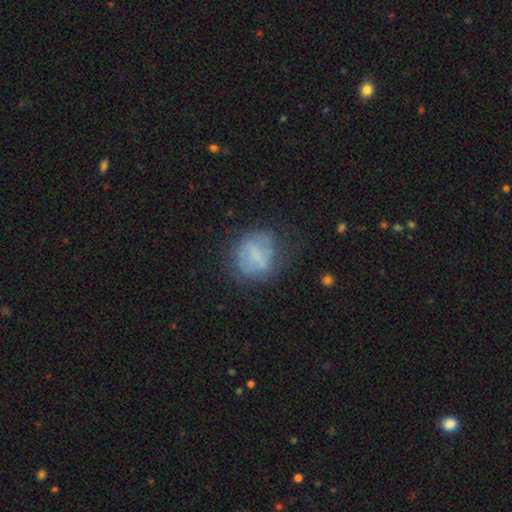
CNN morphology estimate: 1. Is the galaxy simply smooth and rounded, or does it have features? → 49% smooth, 41% featured or disk, 10% star or artifact.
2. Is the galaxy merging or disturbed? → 55% none, 24% minor disturbance, 17% major disturbance, 3% merger.